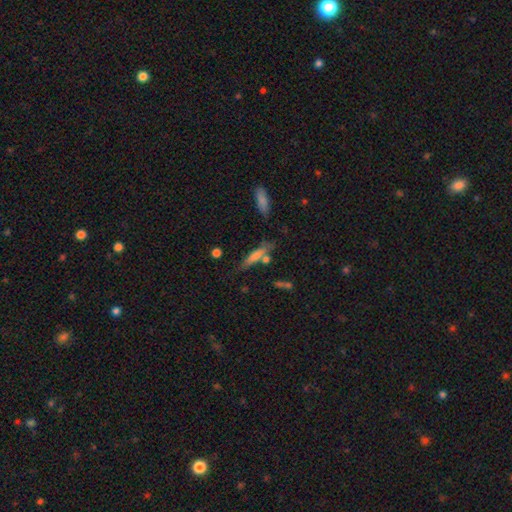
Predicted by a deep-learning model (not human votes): smooth-or-featured: smooth: 65% | featured or disk: 27% | star or artifact: 8%
  how-rounded: cigar-shaped: 80% | in between: 18% | round: 2%
  merging: none: 66% | minor disturbance: 17% | merger: 11% | major disturbance: 5%